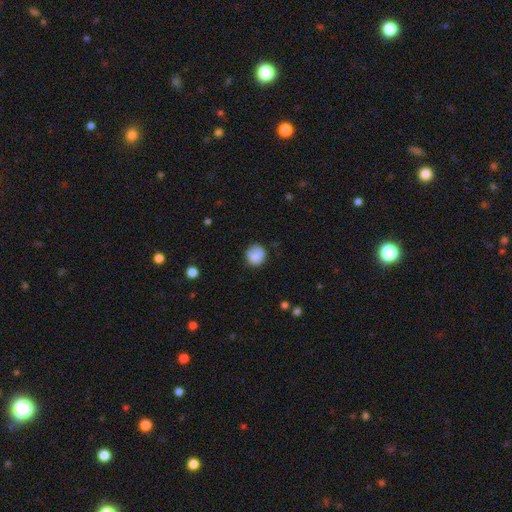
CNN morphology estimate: type=smooth (80%); roundness=round (85%); merging=none (74%).